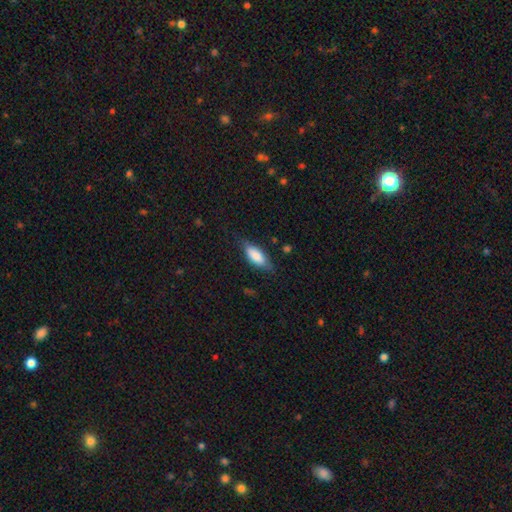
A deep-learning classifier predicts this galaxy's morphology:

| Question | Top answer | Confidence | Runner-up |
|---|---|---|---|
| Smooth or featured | smooth | 81% | featured or disk (13%) |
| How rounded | in between | 79% | cigar-shaped (19%) |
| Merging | none | 71% | minor disturbance (22%) |